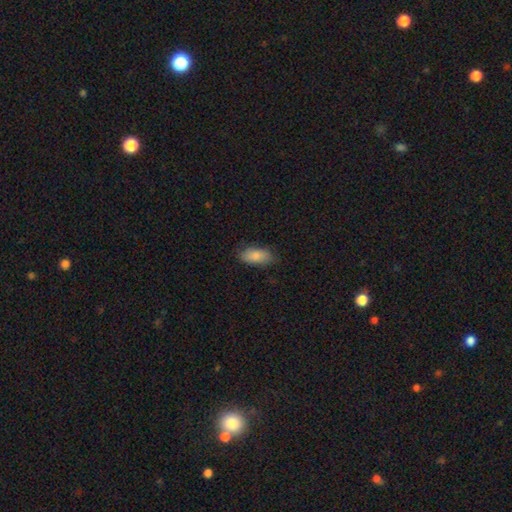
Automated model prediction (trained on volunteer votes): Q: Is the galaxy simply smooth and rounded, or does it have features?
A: smooth — 87%.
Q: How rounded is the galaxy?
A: in between — 89%.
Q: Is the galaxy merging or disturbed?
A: none — 81%.